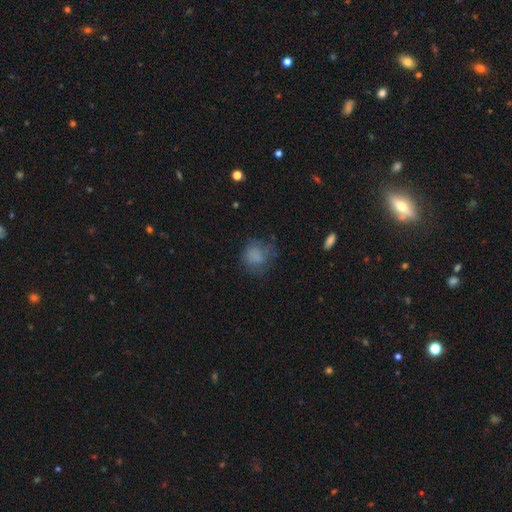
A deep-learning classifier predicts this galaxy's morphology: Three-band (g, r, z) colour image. It shows a smooth galaxy with no disk features (74%) that is round (74%). Merging: none (57%).